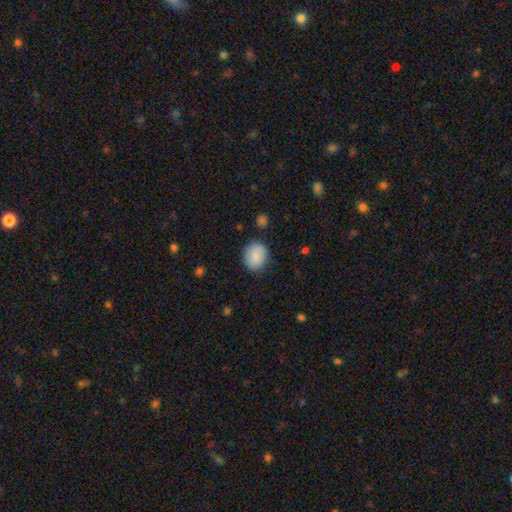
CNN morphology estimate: A smooth galaxy with no disk features (88%) that is round (66%).

Vote fractions:
- Smooth or featured? smooth: 88% / star or artifact: 7% / featured or disk: 5%
- How rounded? round: 66% / in between: 33% / cigar-shaped: 1%
- Merging? none: 84% / minor disturbance: 11% / major disturbance: 3% / merger: 2%